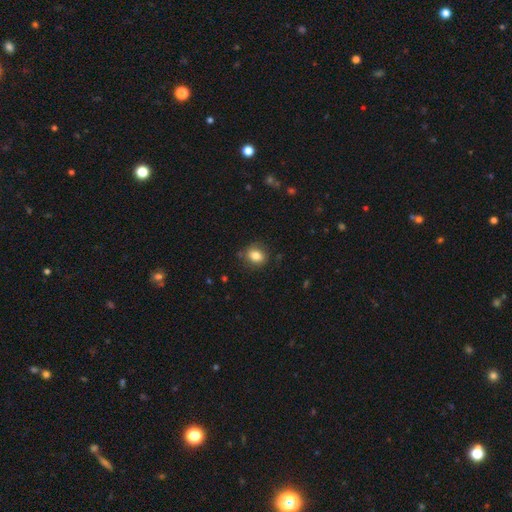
A smooth galaxy with no disk features (95%) that is round (81%). Merging: none (76%).